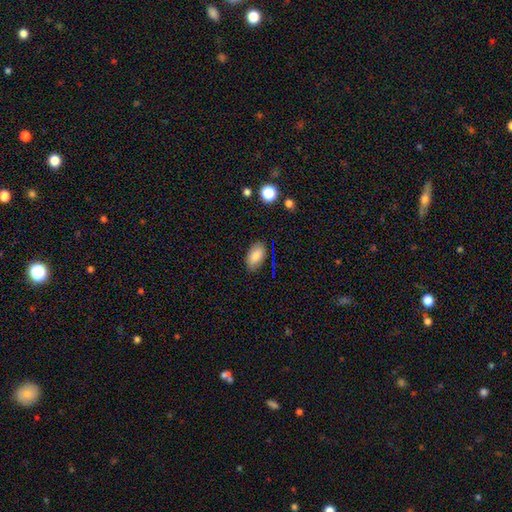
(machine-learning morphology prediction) Smooth or featured? smooth (81%)
How rounded? in between (91%)
Merging? none (82%)